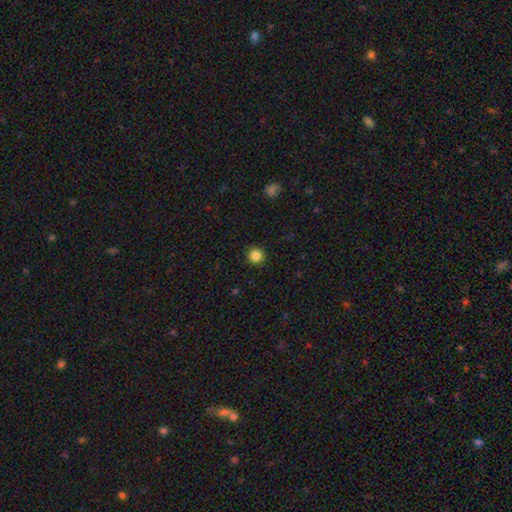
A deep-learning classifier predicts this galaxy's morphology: This is clearly a smooth galaxy (85%). How rounded: clearly round (95%). Merging: clearly none (92%).